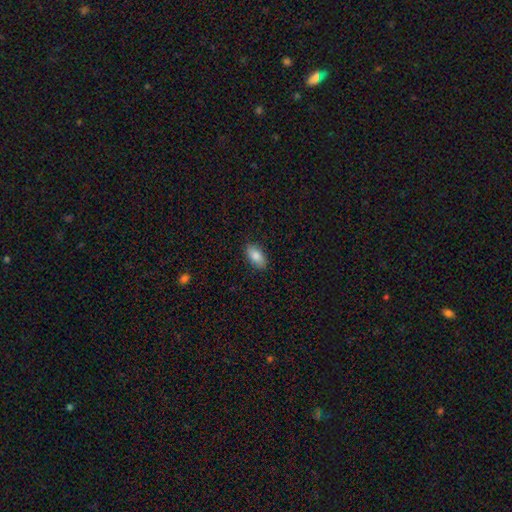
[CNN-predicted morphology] Smooth or featured? smooth (85%)
How rounded? in between (91%)
Merging? none (87%)